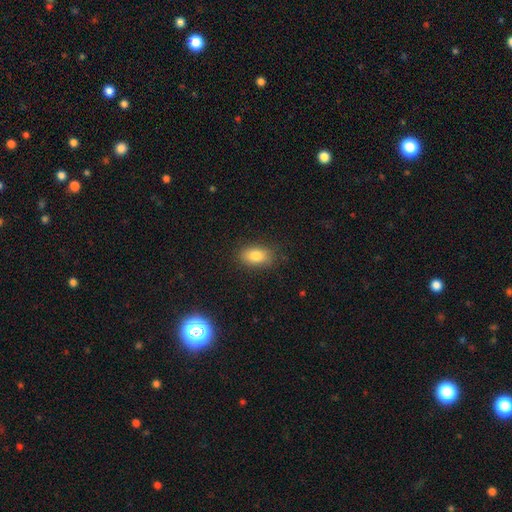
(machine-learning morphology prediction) A smooth galaxy with no disk features (83%) that is in between round and cigar-shaped (88%).

Vote fractions:
- Smooth or featured? smooth: 83% / star or artifact: 9% / featured or disk: 8%
- How rounded? in between: 88% / round: 9% / cigar-shaped: 3%
- Merging? none: 83% / minor disturbance: 12% / major disturbance: 3% / merger: 1%